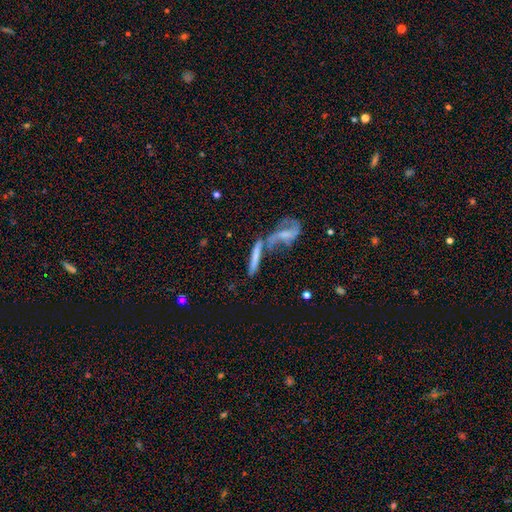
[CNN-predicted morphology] Smooth or featured?
  - smooth: 47% *
  - featured or disk: 42%
  - star or artifact: 11%
Merging?
  - merger: 51% *
  - none: 29%
  - minor disturbance: 10%
  - major disturbance: 10%